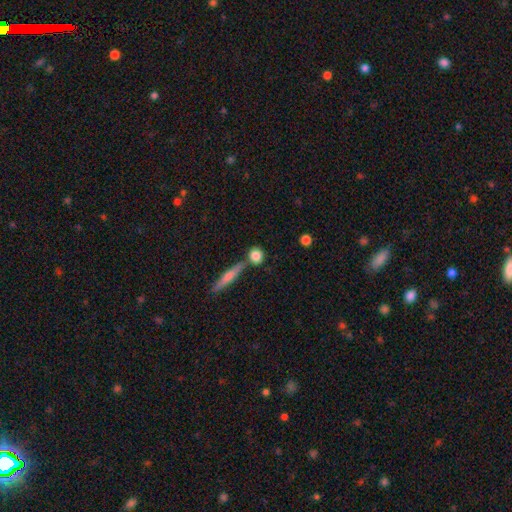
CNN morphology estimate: This appears to be a smooth galaxy with no disk features (81%) that is round (78%). Merging: none (66%).